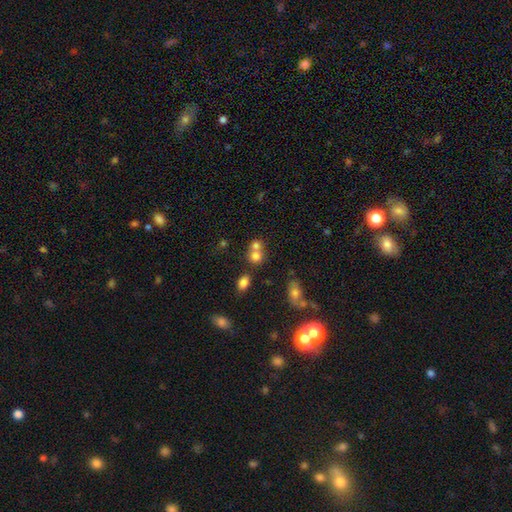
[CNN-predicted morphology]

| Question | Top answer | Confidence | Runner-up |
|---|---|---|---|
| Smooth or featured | smooth | 75% | star or artifact (13%) |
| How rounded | round | 76% | in between (23%) |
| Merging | merger | 51% | none (39%) |